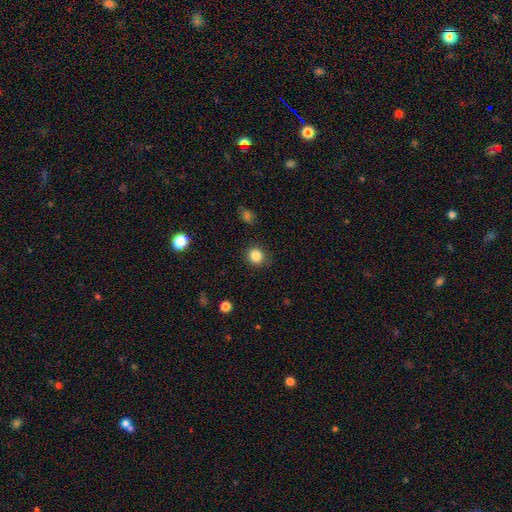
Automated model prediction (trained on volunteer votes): Morphology: type=smooth (85%); roundness=round (87%); merging=none (87%).